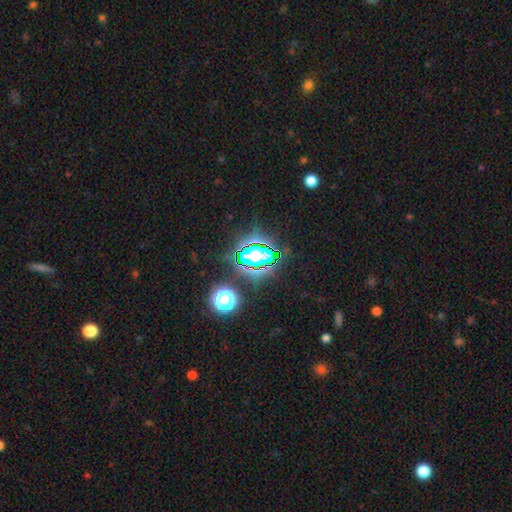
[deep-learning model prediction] smooth-or-featured: star or artifact: 71% | smooth: 18% | featured or disk: 10%